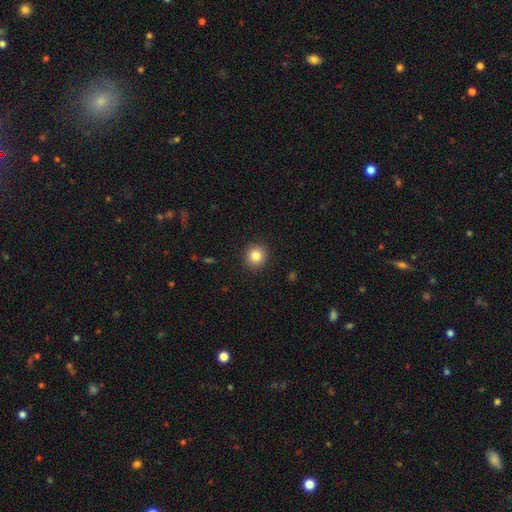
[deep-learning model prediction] This is clearly a smooth galaxy (84%). How rounded: clearly round (91%). Merging: clearly none (91%).